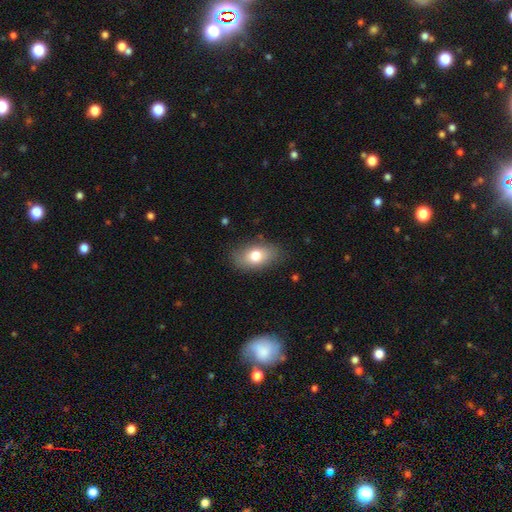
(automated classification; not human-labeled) smooth_or_featured: smooth (p=0.75) [alt: featured or disk p=0.17]
how_rounded: in between (p=0.89) [alt: round p=0.09]
merging: none (p=0.81) [alt: minor disturbance p=0.14]